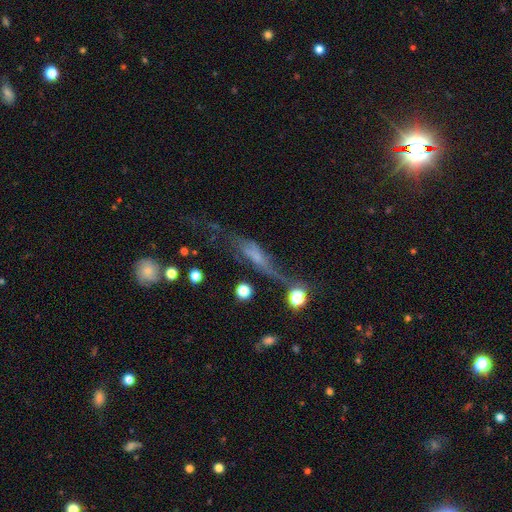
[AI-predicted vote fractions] smooth_or_featured: featured or disk (p=0.50) [alt: smooth p=0.33]
disk_edge_on: yes (p=0.52) [alt: no p=0.48]
merging: none (p=0.35) [alt: major disturbance p=0.33]